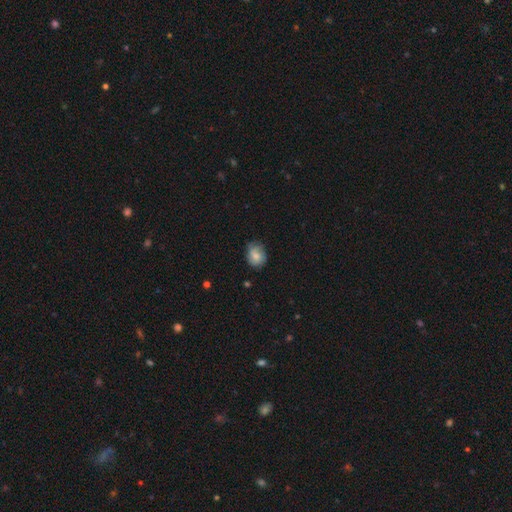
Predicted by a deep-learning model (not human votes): smooth-or-featured: smooth: 72% | featured or disk: 20% | star or artifact: 8%
  how-rounded: round: 54% | in between: 45% | cigar-shaped: 1%
  merging: none: 65% | minor disturbance: 27% | major disturbance: 6% | merger: 1%